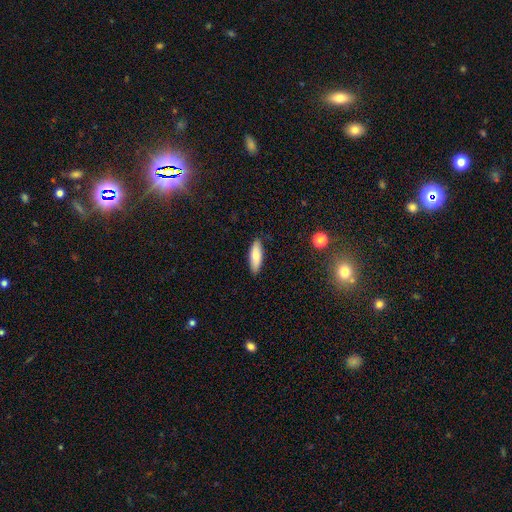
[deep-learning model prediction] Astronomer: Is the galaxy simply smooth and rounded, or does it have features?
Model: smooth — 79%.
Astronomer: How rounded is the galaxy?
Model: in between — 59% (runner-up: cigar-shaped, 39%).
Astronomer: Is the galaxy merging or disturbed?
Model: none — 86%.